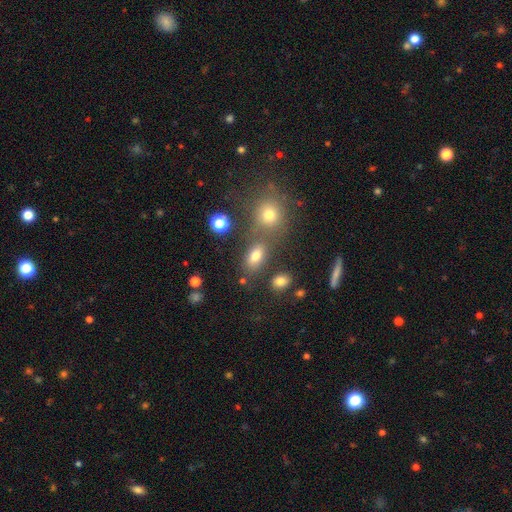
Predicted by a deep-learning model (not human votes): Smooth or featured: smooth — 73% (star or artifact — 15%)
How rounded: in between — 81% (round — 16%)
Merging: none — 64% (merger — 19%)